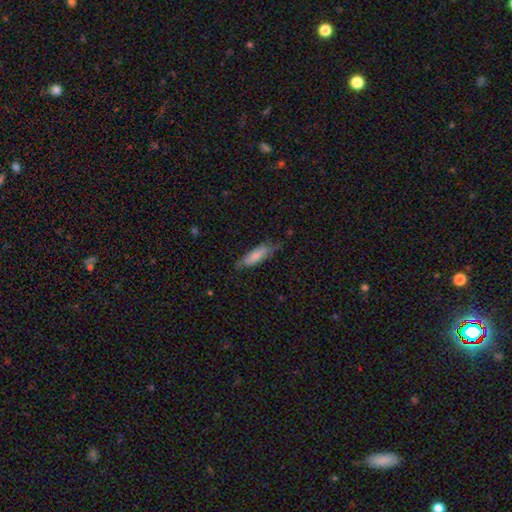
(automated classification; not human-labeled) Smooth or featured?
  - smooth: 73% *
  - featured or disk: 21%
  - star or artifact: 6%
How rounded?
  - in between: 58% *
  - cigar-shaped: 40%
  - round: 2%
Merging?
  - none: 57% *
  - minor disturbance: 32%
  - major disturbance: 9%
  - merger: 2%